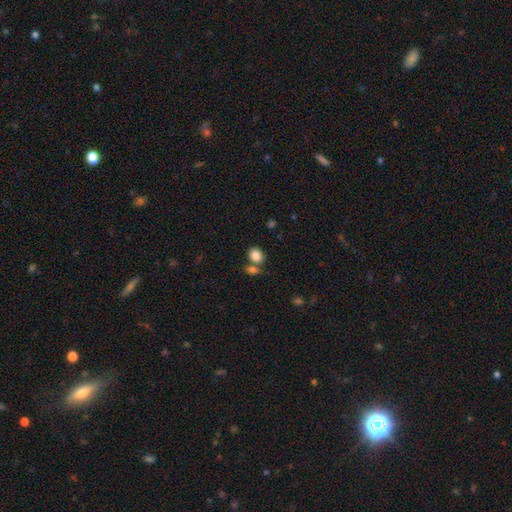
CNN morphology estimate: This is clearly a smooth galaxy (85%). How rounded: possibly in between (53%). Merging: possibly none (56%).